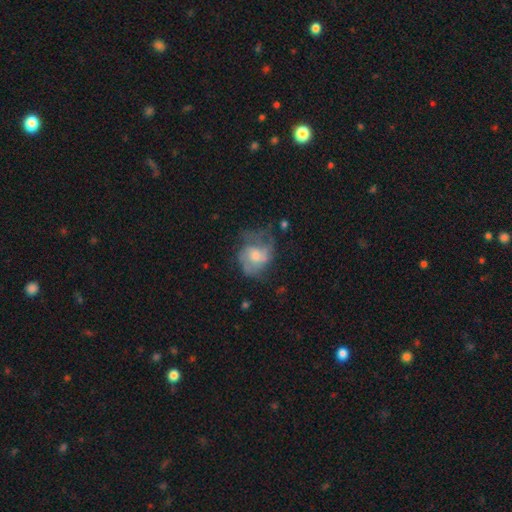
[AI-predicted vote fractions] Smooth or featured?
  - featured or disk: 57% *
  - smooth: 34%
  - star or artifact: 9%
Edge-on disk?
  - no: 97% *
  - yes: 3%
Bar?
  - no: 68% *
  - weak: 28%
  - strong: 4%
Spiral arms?
  - yes: 68% *
  - no: 32%
Bulge size?
  - moderate: 54% *
  - small: 27%
  - large: 11%
  - none: 7%
  - dominant: 2%
Merging?
  - none: 41% *
  - major disturbance: 29%
  - minor disturbance: 27%
  - merger: 3%